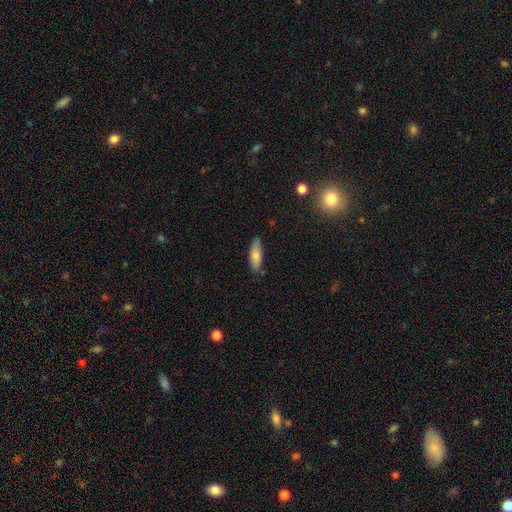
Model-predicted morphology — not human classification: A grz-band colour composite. It shows a smooth galaxy with no disk features (77%) that is in between round and cigar-shaped (52%). Merging: none (82%).